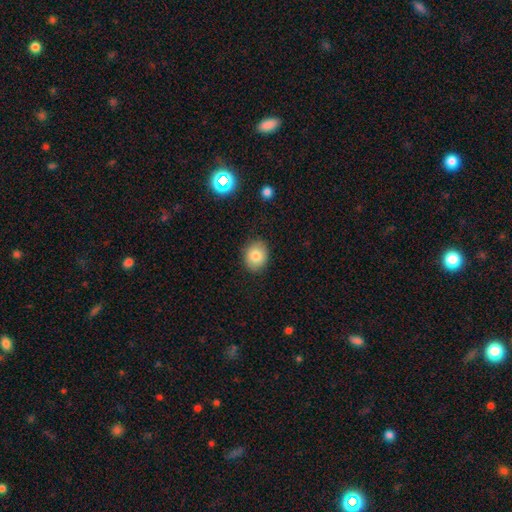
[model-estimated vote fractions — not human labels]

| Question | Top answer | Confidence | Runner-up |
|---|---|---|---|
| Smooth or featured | smooth | 81% | star or artifact (9%) |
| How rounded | round | 59% | in between (40%) |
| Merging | none | 86% | minor disturbance (10%) |